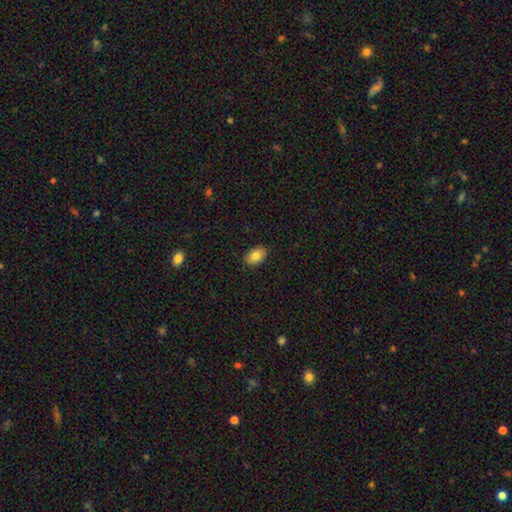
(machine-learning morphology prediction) smooth-or-featured: smooth: 82% | featured or disk: 11% | star or artifact: 7%
  how-rounded: in between: 88% | round: 10% | cigar-shaped: 1%
  merging: none: 88% | minor disturbance: 9% | major disturbance: 2% | merger: 1%